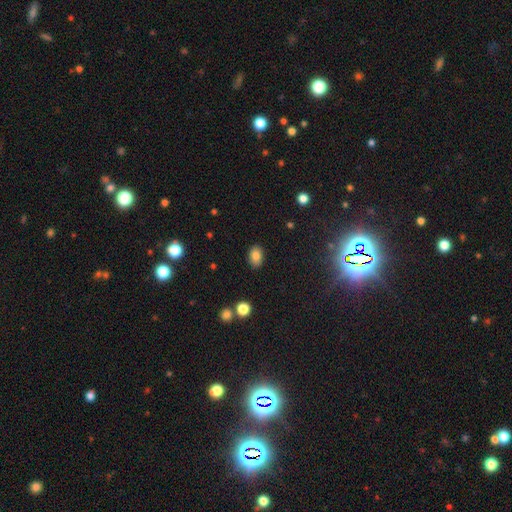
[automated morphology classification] Q: Smooth or featured?
A: smooth (83%); runner-up: star or artifact (10%)
Q: How rounded?
A: in between (83%); runner-up: round (16%)
Q: Merging?
A: none (87%); runner-up: minor disturbance (9%)